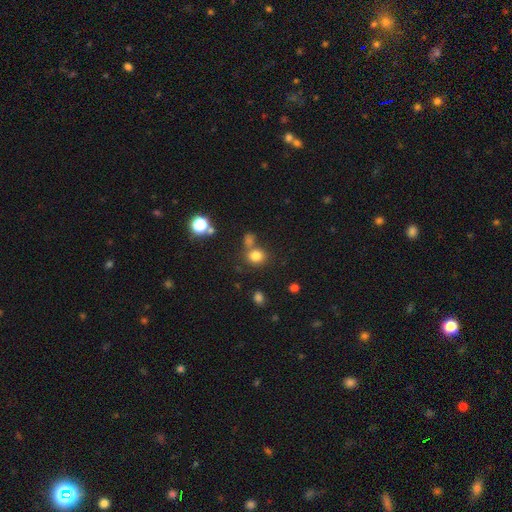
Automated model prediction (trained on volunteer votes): A smooth galaxy with no disk features (79%) that is round (74%). Merging: none (62%).